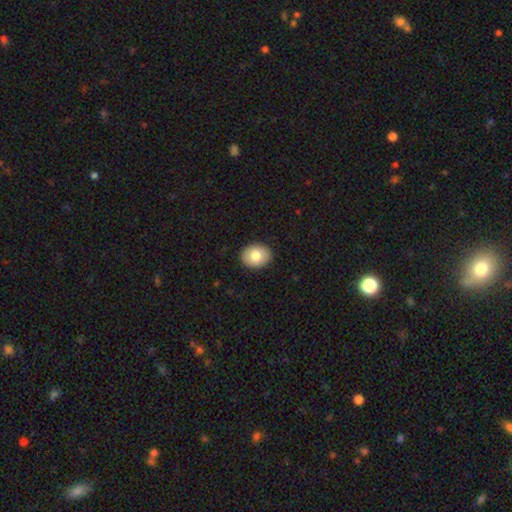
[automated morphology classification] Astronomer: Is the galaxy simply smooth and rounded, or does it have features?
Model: smooth — 79%.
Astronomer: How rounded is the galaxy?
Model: in between — 50% (runner-up: round, 49%).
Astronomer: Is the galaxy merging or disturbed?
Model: none — 91%.